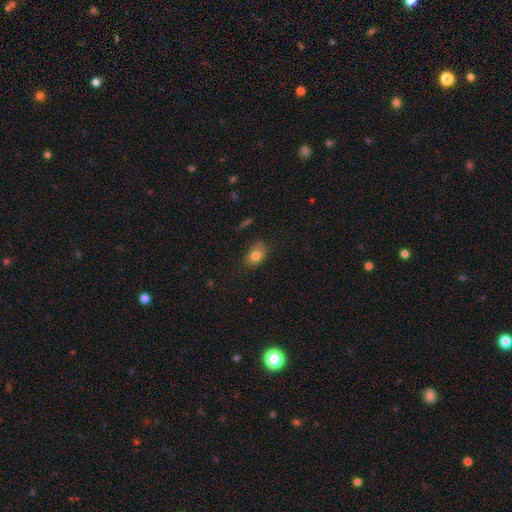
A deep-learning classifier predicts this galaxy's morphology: This appears to be a smooth galaxy with no disk features (80%) that is in between round and cigar-shaped (74%). Merging: none (61%).